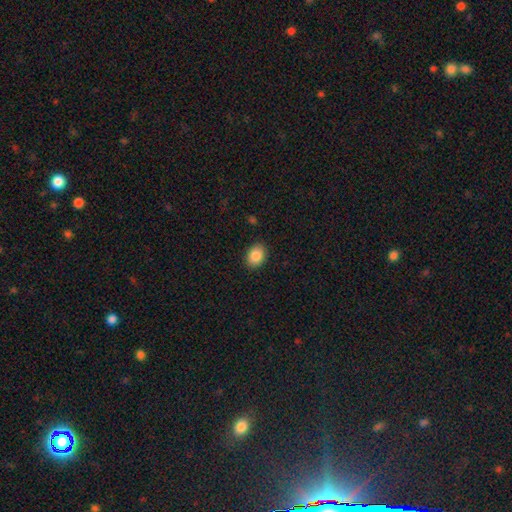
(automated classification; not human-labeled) smooth_or_featured: smooth (p=0.87) [alt: star or artifact p=0.08]
how_rounded: in between (p=0.67) [alt: round p=0.33]
merging: none (p=0.88) [alt: minor disturbance p=0.09]